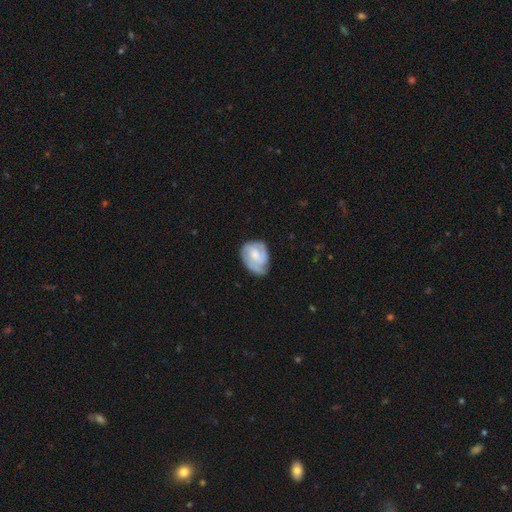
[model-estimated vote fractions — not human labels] smooth-or-featured: featured or disk: 55% | smooth: 39% | star or artifact: 6%
  disk-edge-on: no: 97% | yes: 3%
    bar: no: 63% | weak: 32% | strong: 6%
    has-spiral-arms: yes: 83% | no: 17%
    bulge-size: moderate: 46% | small: 28% | none: 14% | large: 11% | dominant: 2%
  merging: none: 49% | minor disturbance: 34% | major disturbance: 15% | merger: 2%